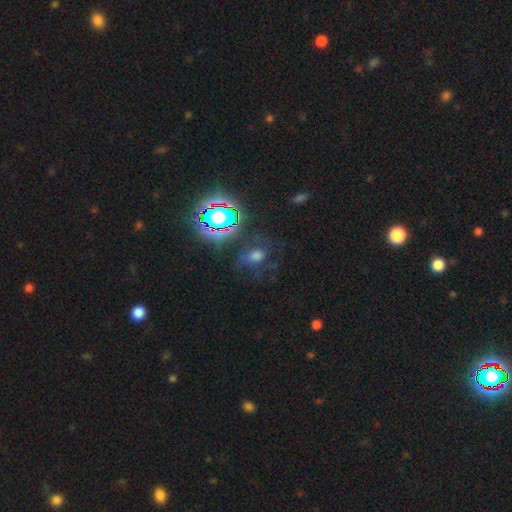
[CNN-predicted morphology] Smooth or featured: smooth — 47% (star or artifact — 34%)
Merging: none — 60% (minor disturbance — 19%)